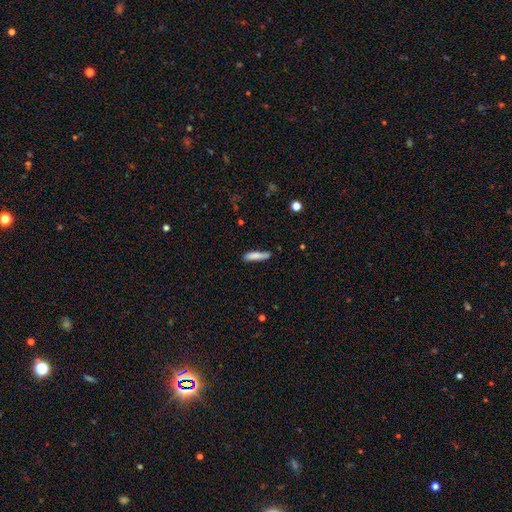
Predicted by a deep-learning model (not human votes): Morphology: type=smooth (81%); roundness=cigar-shaped (81%); merging=none (72%).